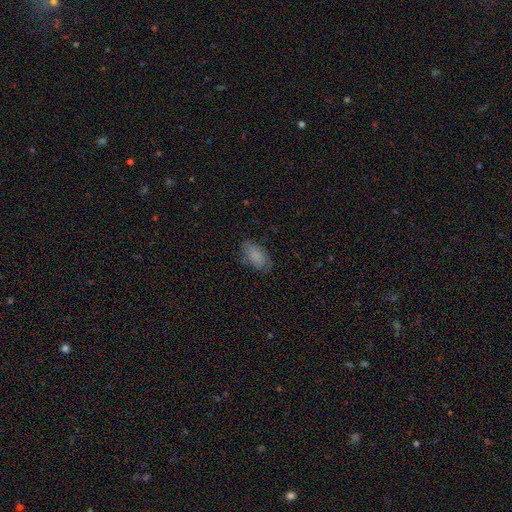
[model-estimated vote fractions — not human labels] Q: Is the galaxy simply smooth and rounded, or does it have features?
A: smooth — 81%.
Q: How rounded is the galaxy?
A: in between — 93%.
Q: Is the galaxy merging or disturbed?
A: none — 77%.